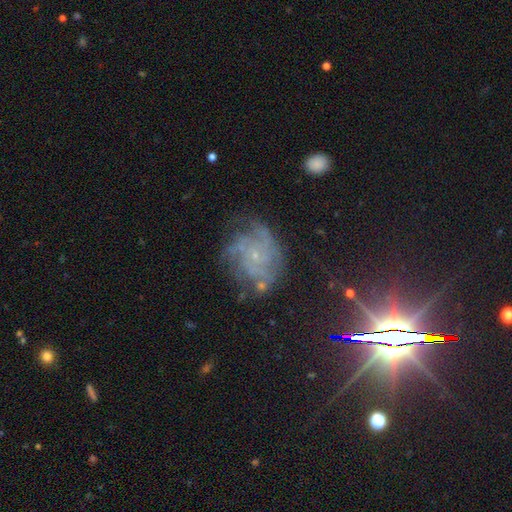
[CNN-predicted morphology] Smooth or featured? featured or disk (72%)
Edge-on disk? no (97%)
Bar? no (80%)
Spiral arms? yes (91%)
Spiral winding? tight (52%)
Spiral arm count? can't tell (33%)
Bulge size? small (82%)
Merging? none (61%)